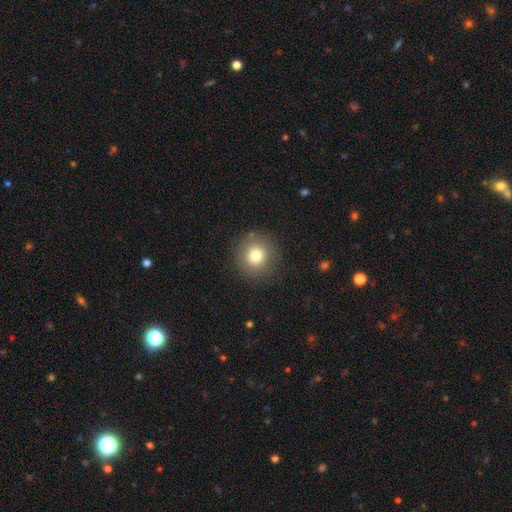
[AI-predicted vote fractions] Smooth or featured? smooth (79%)
How rounded? round (94%)
Merging? none (88%)